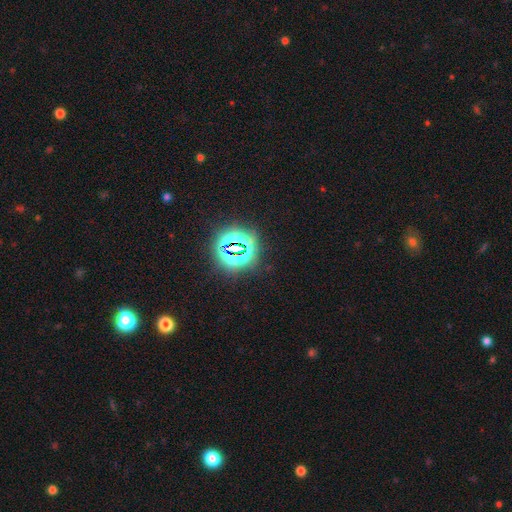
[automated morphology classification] Smooth or featured? star or artifact (80%)